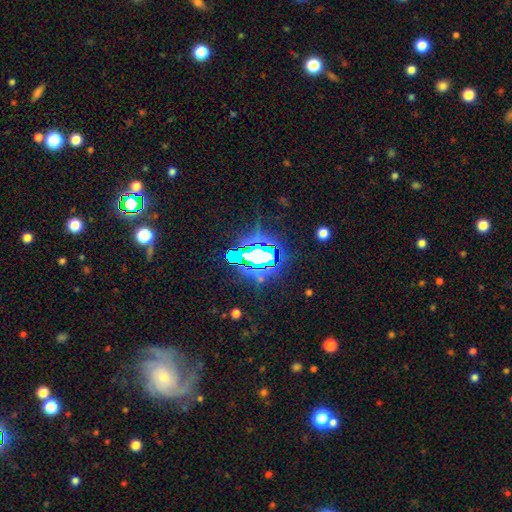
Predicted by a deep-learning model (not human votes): A star or artifact, not a galaxy (73%).